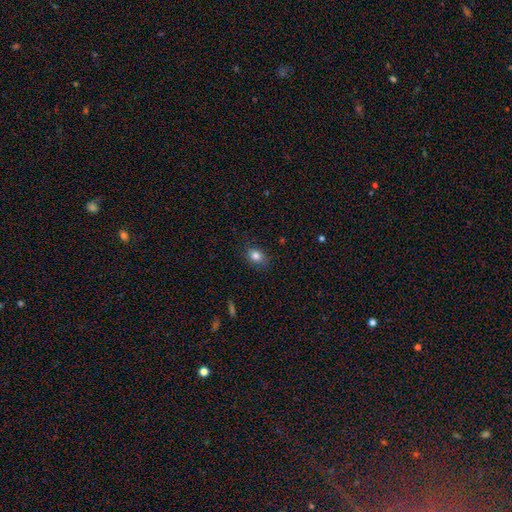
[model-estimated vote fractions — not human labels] Smooth or featured: smooth — 82% (star or artifact — 11%)
How rounded: in between — 57% (round — 42%)
Merging: none — 81% (minor disturbance — 15%)